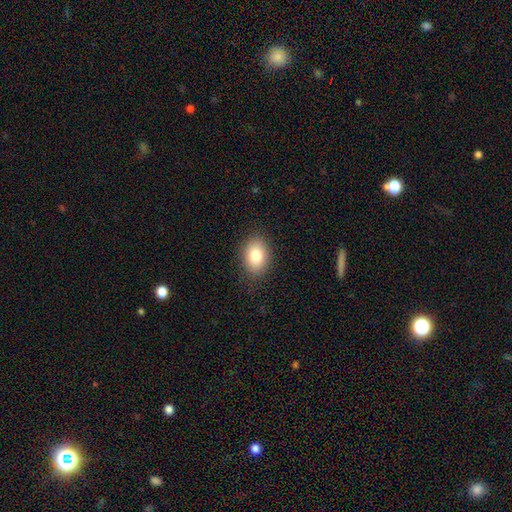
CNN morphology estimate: A smooth galaxy with no disk features (81%) that is in between round and cigar-shaped (78%).

Vote fractions:
- Smooth or featured? smooth: 81% / featured or disk: 10% / star or artifact: 9%
- How rounded? in between: 78% / round: 21% / cigar-shaped: 1%
- Merging? none: 87% / minor disturbance: 10% / major disturbance: 3% / merger: 1%